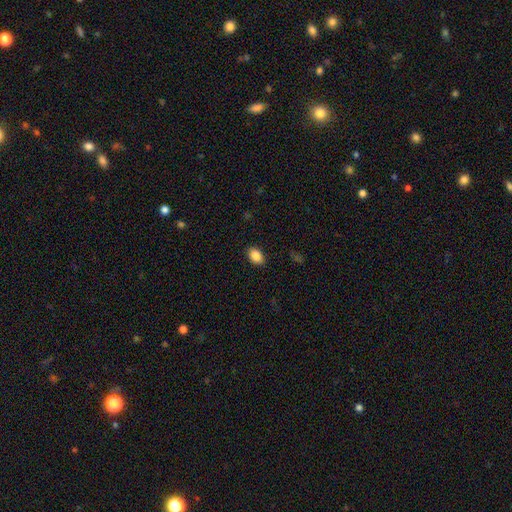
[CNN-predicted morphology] This is clearly a smooth galaxy (88%). How rounded: clearly in between (85%). Merging: clearly none (88%).